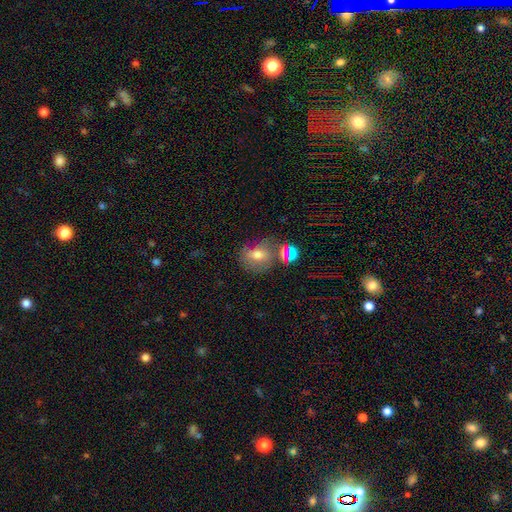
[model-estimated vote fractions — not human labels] Q: Smooth or featured?
A: smooth (61%); runner-up: featured or disk (25%)
Q: How rounded?
A: round (61%); runner-up: in between (38%)
Q: Merging?
A: none (50%); runner-up: merger (22%)